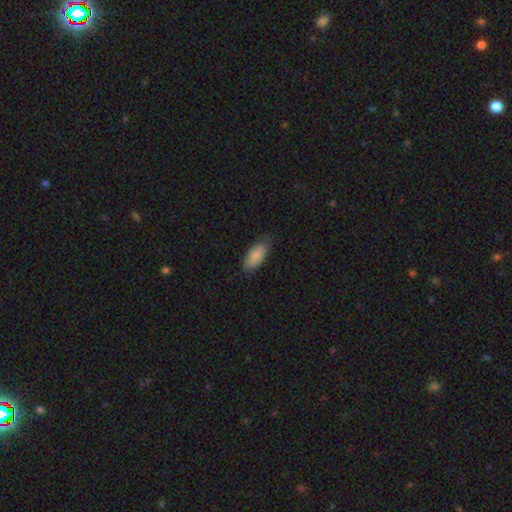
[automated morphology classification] Smooth or featured: smooth — 87% (featured or disk — 7%)
How rounded: in between — 84% (cigar-shaped — 14%)
Merging: none — 75% (minor disturbance — 21%)